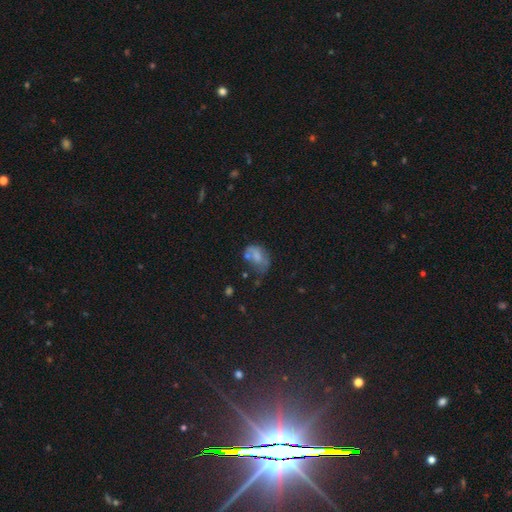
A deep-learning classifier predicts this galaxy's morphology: This appears to be a smooth galaxy with no disk features (55%) that is in between round and cigar-shaped (80%). Merging: none (30%).